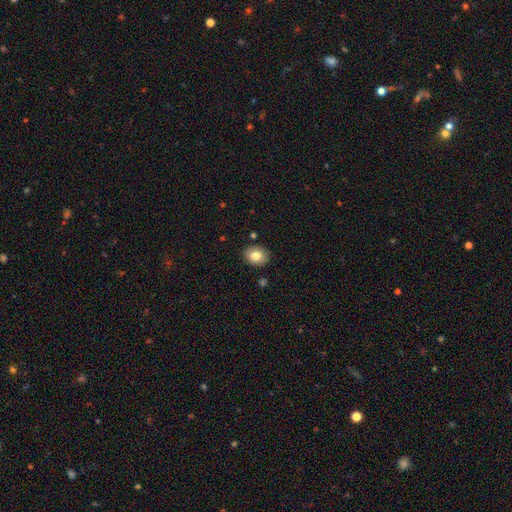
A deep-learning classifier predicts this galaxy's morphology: Smooth or featured? smooth (82%)
How rounded? in between (54%)
Merging? none (87%)